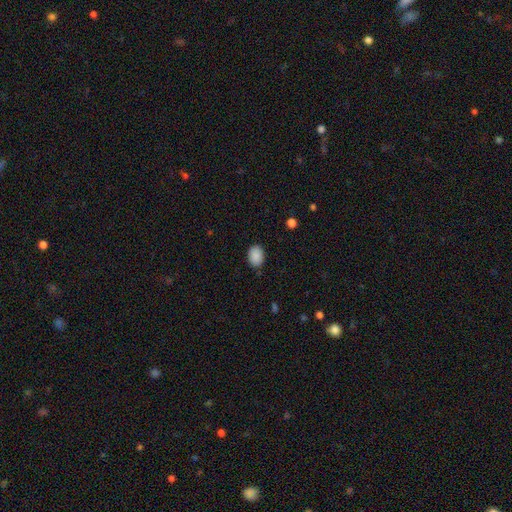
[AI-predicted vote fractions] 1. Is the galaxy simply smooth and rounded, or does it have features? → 89% smooth, 8% star or artifact, 3% featured or disk.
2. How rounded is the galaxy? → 72% in between, 27% round, 1% cigar-shaped.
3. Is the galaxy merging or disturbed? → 84% none, 12% minor disturbance, 3% major disturbance, 1% merger.